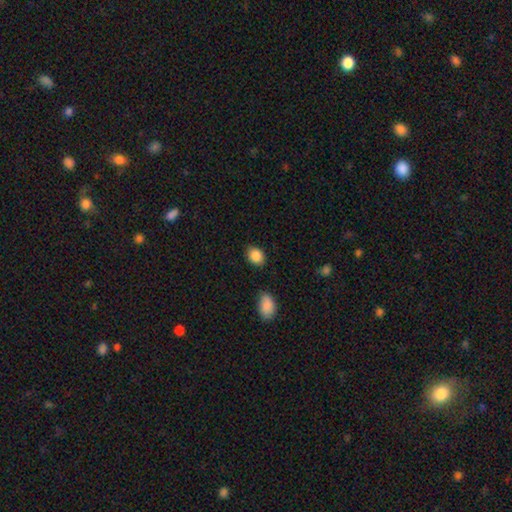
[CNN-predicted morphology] Q: Smooth or featured?
A: smooth (87%); runner-up: star or artifact (8%)
Q: How rounded?
A: in between (62%); runner-up: round (37%)
Q: Merging?
A: none (83%); runner-up: minor disturbance (12%)